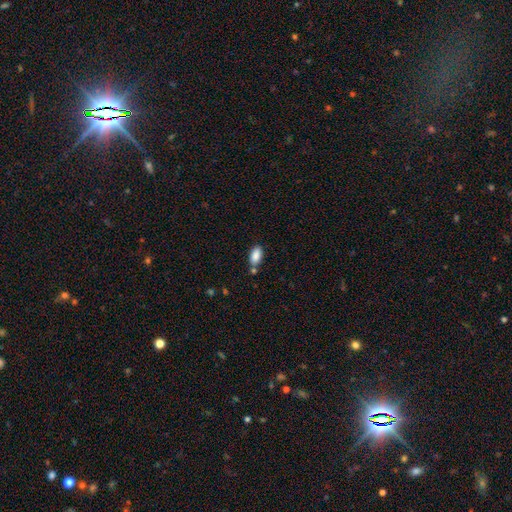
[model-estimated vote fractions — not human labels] Smooth or featured? Predicted: smooth (p=0.88). How rounded? Predicted: in between (p=0.92). Merging? Predicted: none (p=0.70).